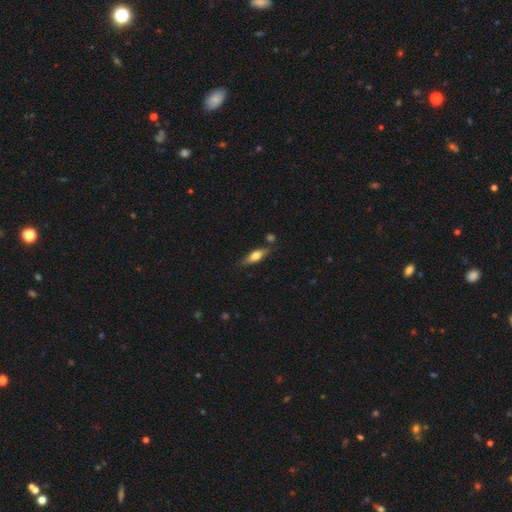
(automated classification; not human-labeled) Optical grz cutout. It shows a smooth galaxy with no disk features (59%) that is in between round and cigar-shaped (52%). Merging: none (76%).